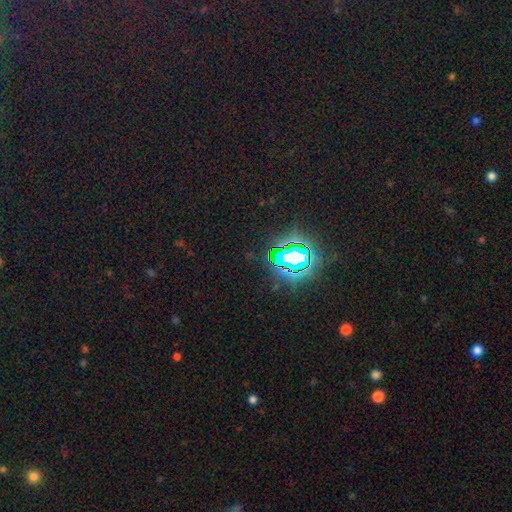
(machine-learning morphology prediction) smooth_or_featured: star or artifact (p=0.81) [alt: smooth p=0.11]